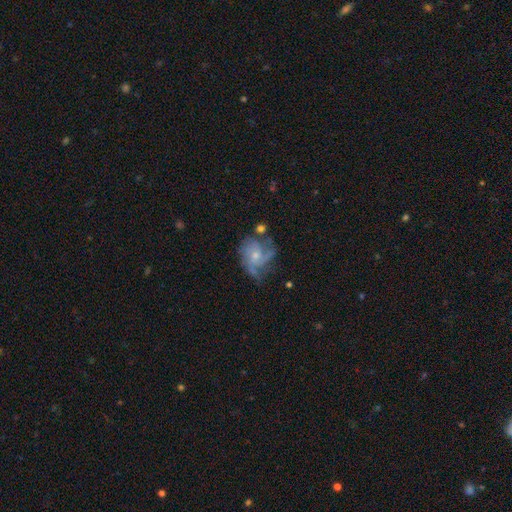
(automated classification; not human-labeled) smooth_or_featured: featured or disk (p=0.73) [alt: smooth p=0.19]
disk_edge_on: no (p=0.98) [alt: yes p=0.02]
bar: no (p=0.74) [alt: weak p=0.23]
has_spiral_arms: yes (p=0.88) [alt: no p=0.12]
spiral_winding: medium (p=0.44) [alt: tight p=0.31]
spiral_arm_count: 3 (p=0.34) [alt: can't tell p=0.25]
bulge_size: small (p=0.65) [alt: moderate p=0.29]
merging: none (p=0.47) [alt: minor disturbance p=0.26]